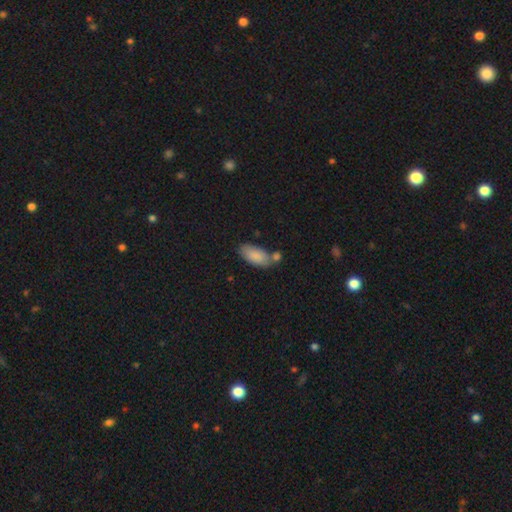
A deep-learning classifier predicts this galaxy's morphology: A smooth galaxy with no disk features (86%) that is in between round and cigar-shaped (90%).

Vote fractions:
- Smooth or featured? smooth: 86% / featured or disk: 8% / star or artifact: 7%
- How rounded? in between: 90% / cigar-shaped: 8% / round: 2%
- Merging? none: 55% / merger: 23% / minor disturbance: 17% / major disturbance: 5%